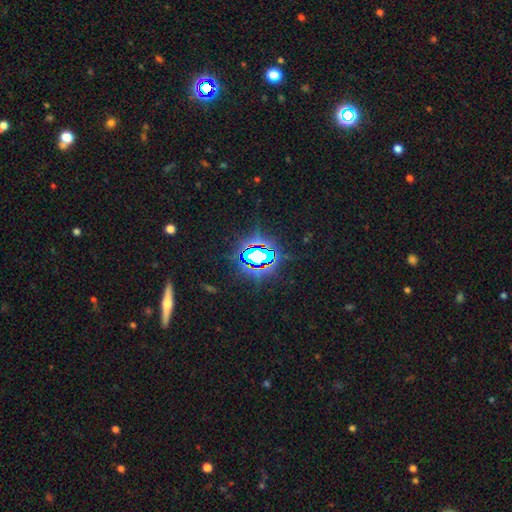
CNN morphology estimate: star or artifact 78%, smooth 11%, featured or disk 10%.